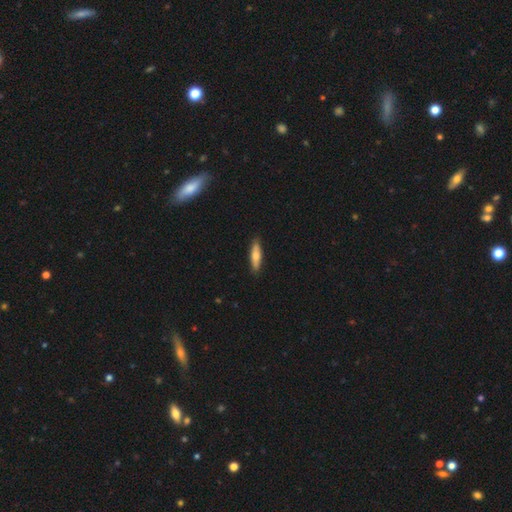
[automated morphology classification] A smooth galaxy with no disk features (65%) that is cigar-shaped (69%). Merging: none (88%).